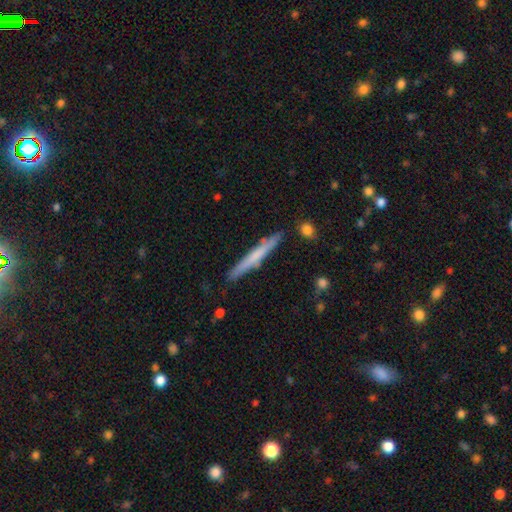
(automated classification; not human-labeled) Smooth or featured?
  - smooth: 55% *
  - featured or disk: 39%
  - star or artifact: 5%
How rounded?
  - cigar-shaped: 96% *
  - in between: 2%
  - round: 1%
Merging?
  - none: 86% *
  - minor disturbance: 10%
  - merger: 2%
  - major disturbance: 2%